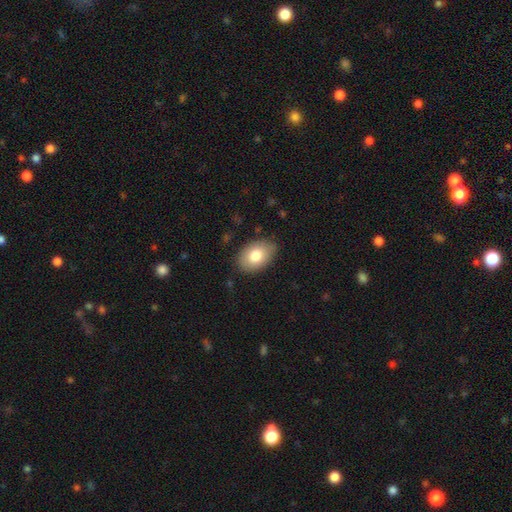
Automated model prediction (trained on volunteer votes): Smooth or featured? smooth (79%)
How rounded? in between (88%)
Merging? none (83%)